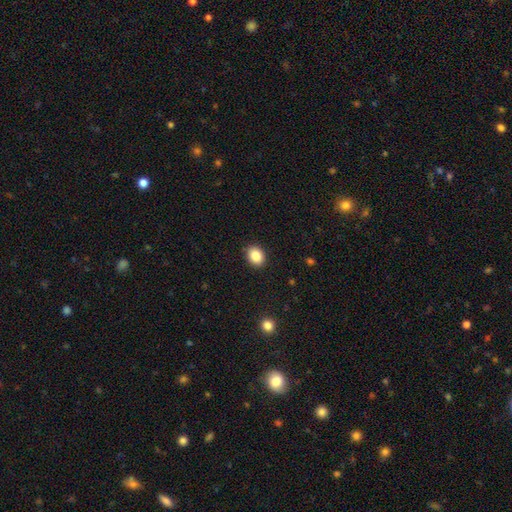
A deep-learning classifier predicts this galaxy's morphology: smooth-or-featured: smooth: 87% | star or artifact: 9% | featured or disk: 4%
  how-rounded: in between: 52% | round: 47% | cigar-shaped: 1%
  merging: none: 89% | minor disturbance: 8% | major disturbance: 2% | merger: 1%